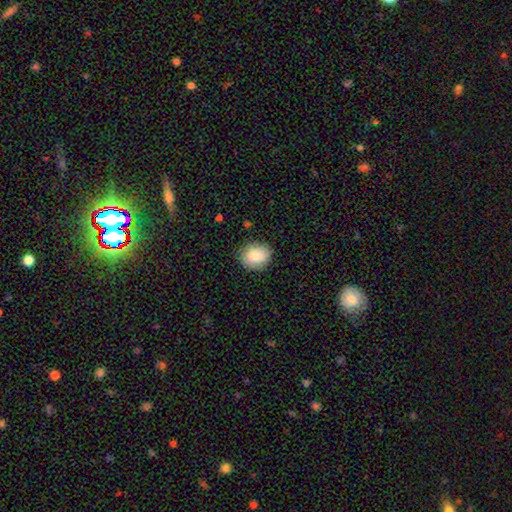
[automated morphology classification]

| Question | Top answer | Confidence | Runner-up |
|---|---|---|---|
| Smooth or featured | smooth | 83% | featured or disk (10%) |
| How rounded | round | 62% | in between (37%) |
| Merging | none | 84% | minor disturbance (12%) |